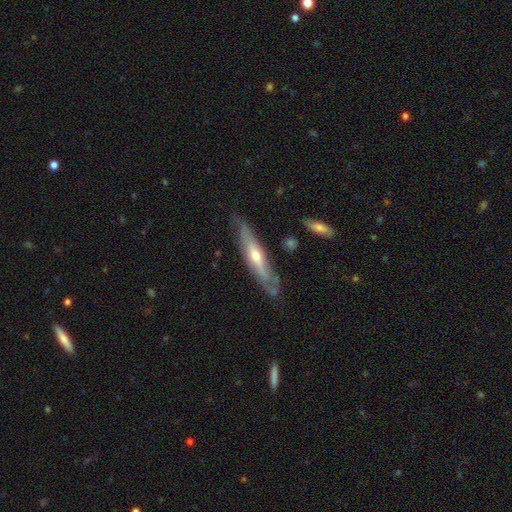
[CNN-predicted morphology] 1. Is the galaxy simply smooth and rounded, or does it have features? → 68% featured or disk, 26% smooth, 6% star or artifact.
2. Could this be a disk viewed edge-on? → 64% yes, 36% no.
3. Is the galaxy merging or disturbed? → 73% none, 20% minor disturbance, 5% major disturbance, 2% merger.